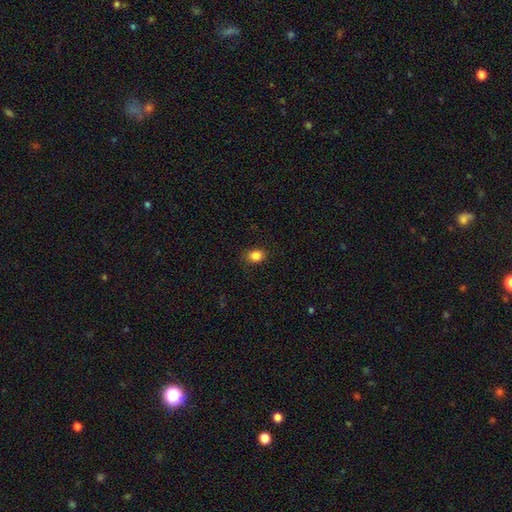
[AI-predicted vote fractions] Q: Smooth or featured?
A: smooth (86%); runner-up: star or artifact (10%)
Q: How rounded?
A: in between (50%); runner-up: round (49%)
Q: Merging?
A: none (85%); runner-up: minor disturbance (11%)